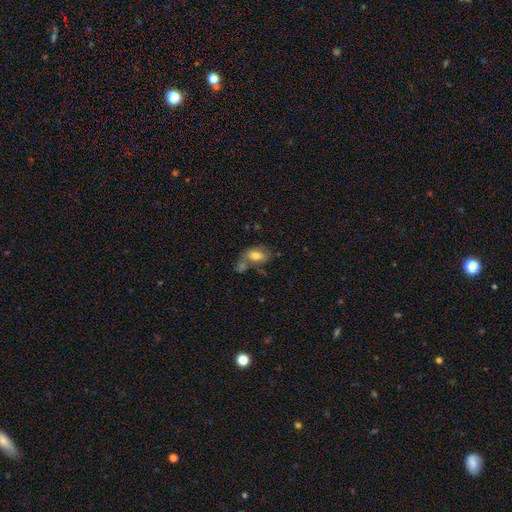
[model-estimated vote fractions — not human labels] Smooth or featured?
  - smooth: 71% *
  - featured or disk: 20%
  - star or artifact: 8%
How rounded?
  - in between: 86% *
  - round: 11%
  - cigar-shaped: 2%
Merging?
  - none: 39% *
  - merger: 34%
  - minor disturbance: 18%
  - major disturbance: 10%